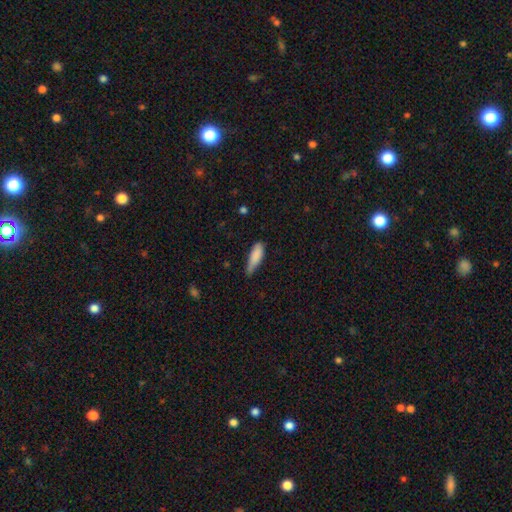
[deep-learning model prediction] This appears to be a smooth galaxy with no disk features (85%) that is in between round and cigar-shaped (57%). Merging: none (45%).